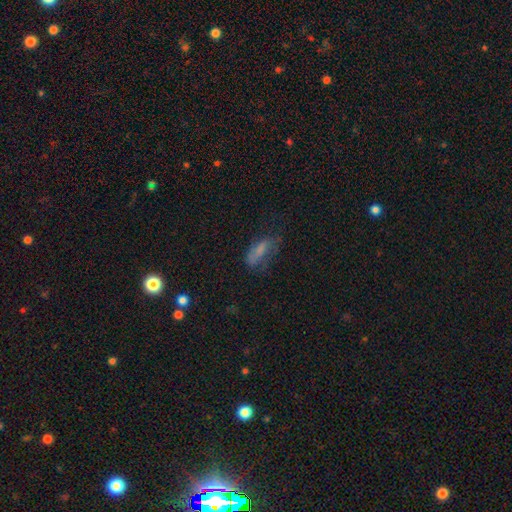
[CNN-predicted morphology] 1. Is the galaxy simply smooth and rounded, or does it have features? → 57% smooth, 24% featured or disk, 19% star or artifact.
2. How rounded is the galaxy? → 63% in between, 33% cigar-shaped, 5% round.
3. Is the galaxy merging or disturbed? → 51% none, 26% minor disturbance, 20% major disturbance, 3% merger.